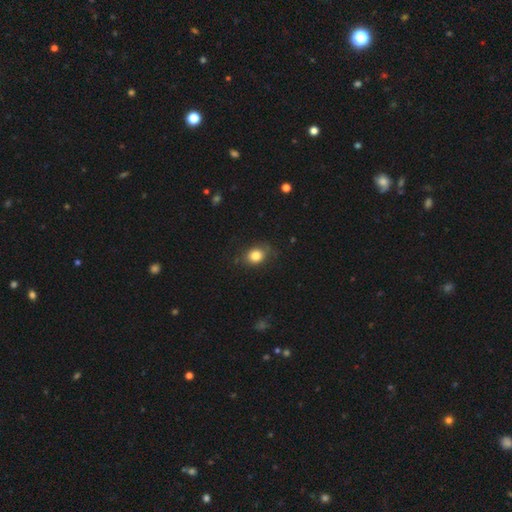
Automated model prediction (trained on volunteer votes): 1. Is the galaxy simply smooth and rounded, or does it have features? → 82% smooth, 10% star or artifact, 9% featured or disk.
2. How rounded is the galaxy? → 52% round, 47% in between, 1% cigar-shaped.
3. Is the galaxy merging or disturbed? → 74% none, 19% minor disturbance, 5% major disturbance, 1% merger.